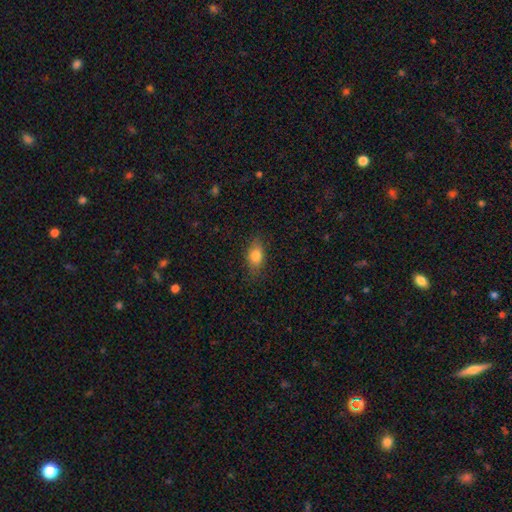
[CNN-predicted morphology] type=smooth (80%); roundness=in between (81%); merging=none (81%).